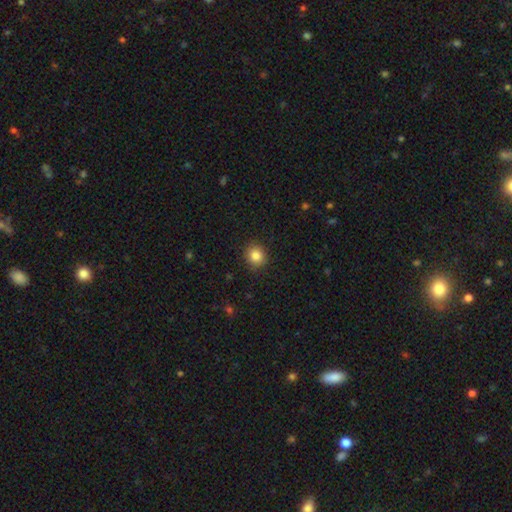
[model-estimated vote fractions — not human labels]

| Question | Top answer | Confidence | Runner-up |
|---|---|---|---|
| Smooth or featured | smooth | 85% | star or artifact (10%) |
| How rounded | round | 83% | in between (16%) |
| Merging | none | 90% | minor disturbance (7%) |